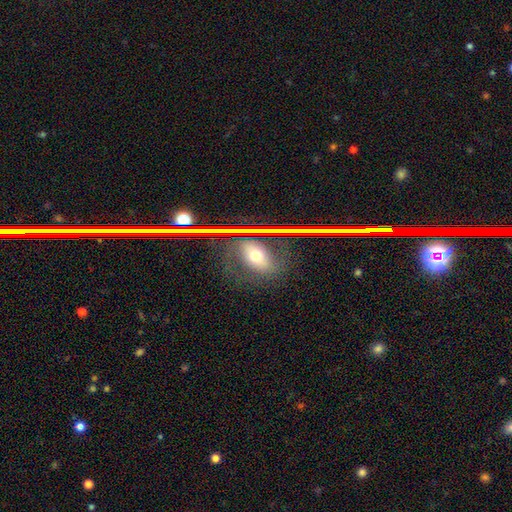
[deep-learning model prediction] Smooth or featured?
  - smooth: 42% *
  - featured or disk: 36%
  - star or artifact: 21%
Merging?
  - none: 72% *
  - minor disturbance: 15%
  - major disturbance: 10%
  - merger: 2%